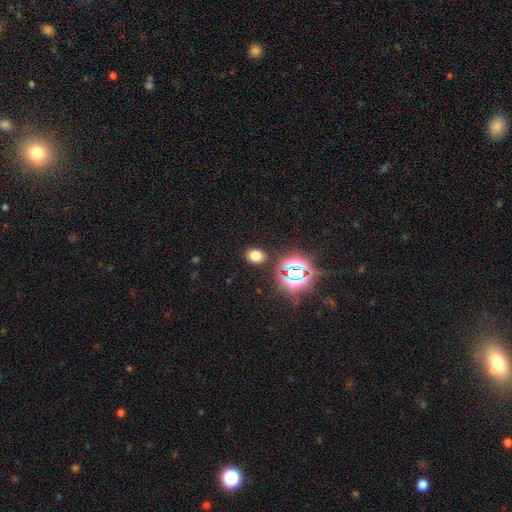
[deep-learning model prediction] A smooth galaxy with no disk features (67%) that is in between round and cigar-shaped (51%).

Vote fractions:
- Smooth or featured? smooth: 67% / star or artifact: 26% / featured or disk: 7%
- How rounded? in between: 51% / round: 48% / cigar-shaped: 1%
- Merging? none: 87% / minor disturbance: 8% / major disturbance: 3% / merger: 3%